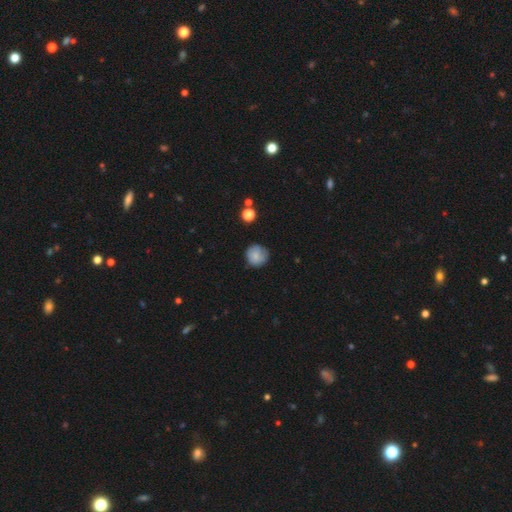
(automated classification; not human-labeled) Smooth or featured? Predicted: smooth (p=0.78). How rounded? Predicted: round (p=0.92). Merging? Predicted: none (p=0.77).